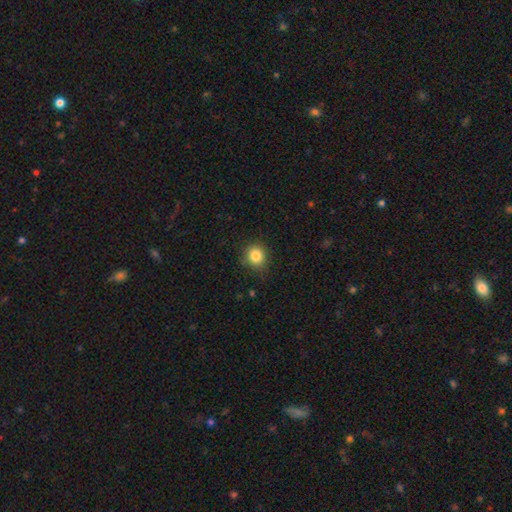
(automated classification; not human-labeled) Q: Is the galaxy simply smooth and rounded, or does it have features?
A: smooth — 84%.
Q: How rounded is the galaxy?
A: round — 86%.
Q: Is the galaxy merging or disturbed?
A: none — 85%.